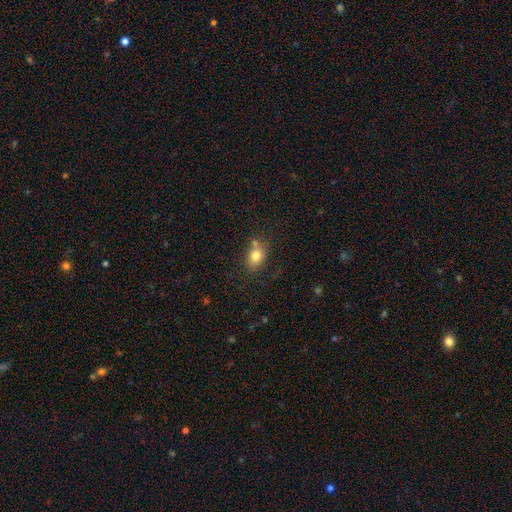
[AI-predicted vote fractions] Morphology: type=smooth (80%); roundness=in between (70%); merging=none (62%).